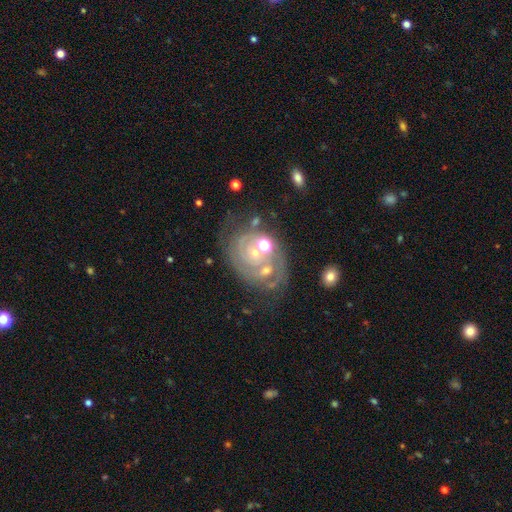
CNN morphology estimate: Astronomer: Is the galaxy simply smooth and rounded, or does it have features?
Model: featured or disk — 69%.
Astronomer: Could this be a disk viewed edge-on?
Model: no — 97%.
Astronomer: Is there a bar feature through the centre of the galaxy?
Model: no — 75%.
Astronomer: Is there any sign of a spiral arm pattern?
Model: yes — 73%.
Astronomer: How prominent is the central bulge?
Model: small — 53% (runner-up: moderate, 37%).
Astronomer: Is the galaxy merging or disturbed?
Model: none — 51%.